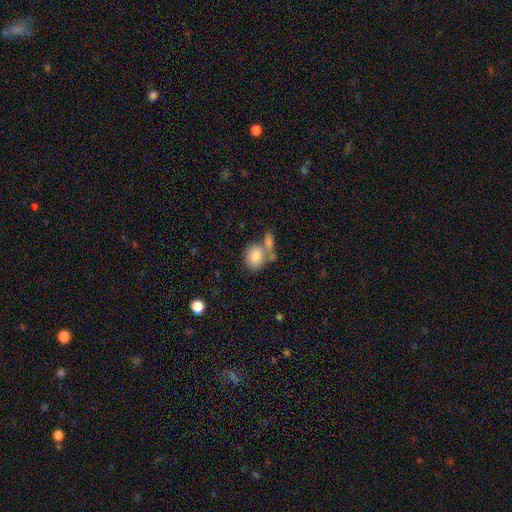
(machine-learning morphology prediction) smooth-or-featured: smooth: 80% | featured or disk: 12% | star or artifact: 7%
  how-rounded: round: 57% | in between: 42% | cigar-shaped: 1%
  merging: none: 43% | merger: 38% | minor disturbance: 13% | major disturbance: 6%